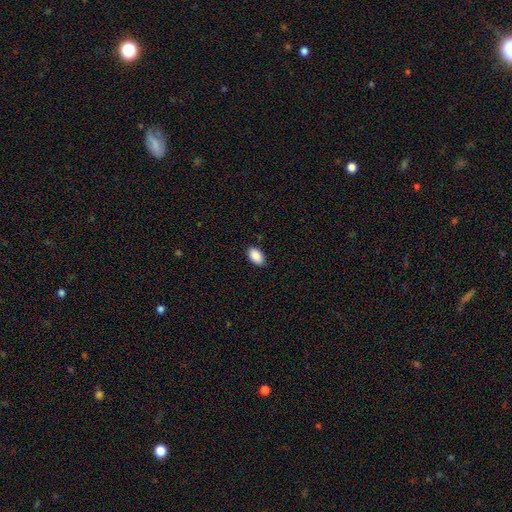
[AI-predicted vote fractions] This appears to be a smooth galaxy with no disk features (90%) that is in between round and cigar-shaped (94%). Merging: none (85%).